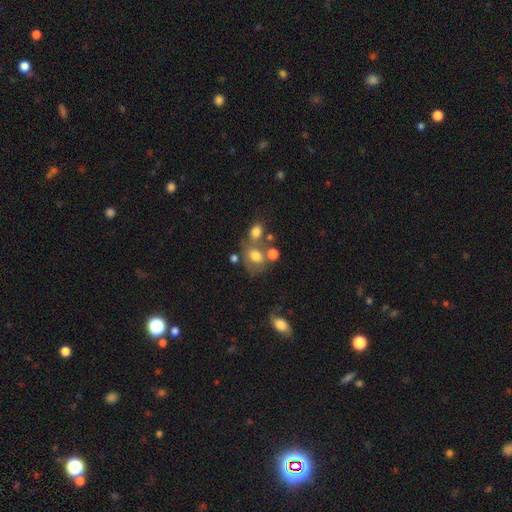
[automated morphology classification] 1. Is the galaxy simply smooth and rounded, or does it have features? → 65% smooth, 22% featured or disk, 13% star or artifact.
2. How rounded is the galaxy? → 53% in between, 46% round, 1% cigar-shaped.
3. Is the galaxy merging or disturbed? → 39% none, 33% merger, 16% minor disturbance, 12% major disturbance.